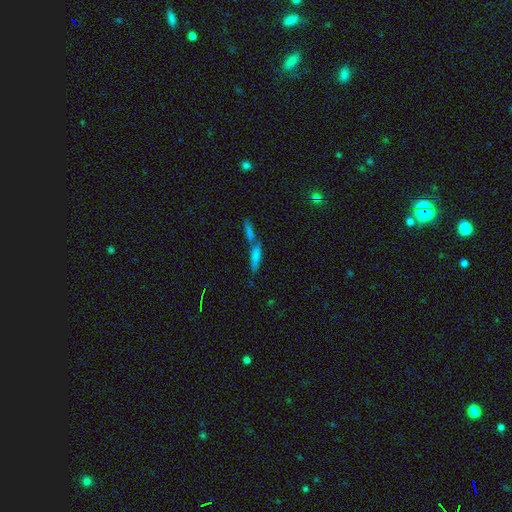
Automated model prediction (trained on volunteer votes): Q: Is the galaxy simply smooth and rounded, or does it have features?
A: smooth — 67%.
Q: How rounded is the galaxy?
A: cigar-shaped — 69%.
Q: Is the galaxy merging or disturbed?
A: merger — 56%.